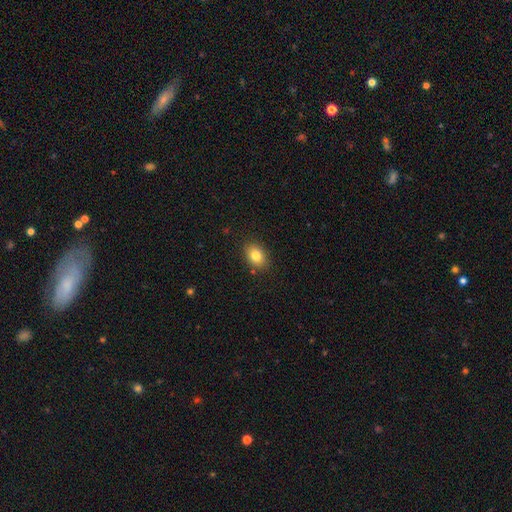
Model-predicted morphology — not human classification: type=smooth (82%); roundness=in between (67%); merging=none (87%).